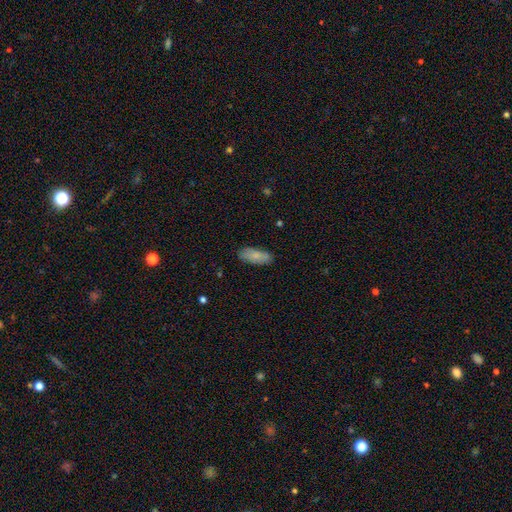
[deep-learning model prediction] This appears to be a smooth galaxy with no disk features (77%) that is in between round and cigar-shaped (76%). Merging: none (83%).